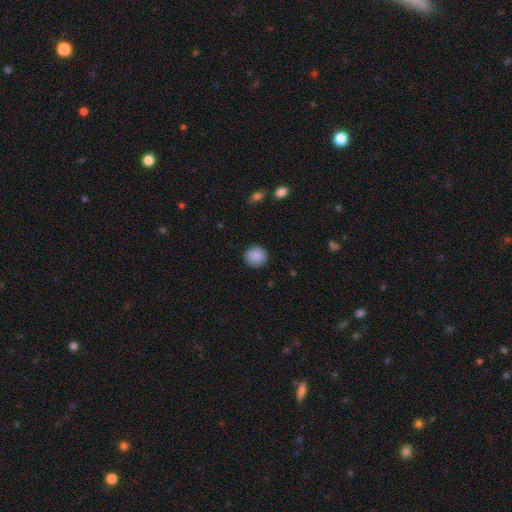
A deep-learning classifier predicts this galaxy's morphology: smooth-or-featured: smooth: 89% | star or artifact: 8% | featured or disk: 3%
  how-rounded: round: 91% | in between: 9% | cigar-shaped: 1%
  merging: none: 91% | minor disturbance: 6% | major disturbance: 2% | merger: 1%